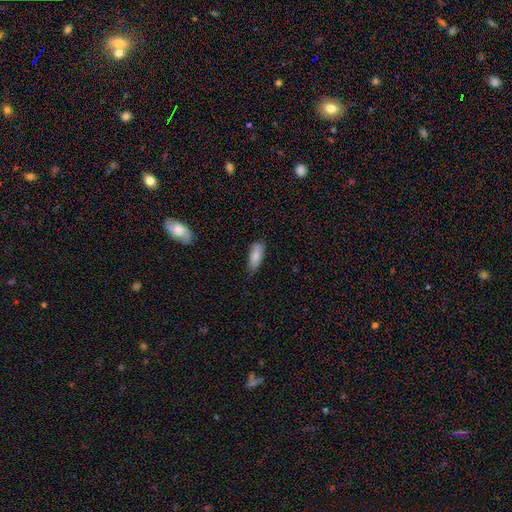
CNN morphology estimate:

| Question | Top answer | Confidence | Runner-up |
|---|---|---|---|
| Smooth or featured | smooth | 81% | featured or disk (12%) |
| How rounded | in between | 76% | cigar-shaped (22%) |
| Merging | none | 68% | minor disturbance (26%) |